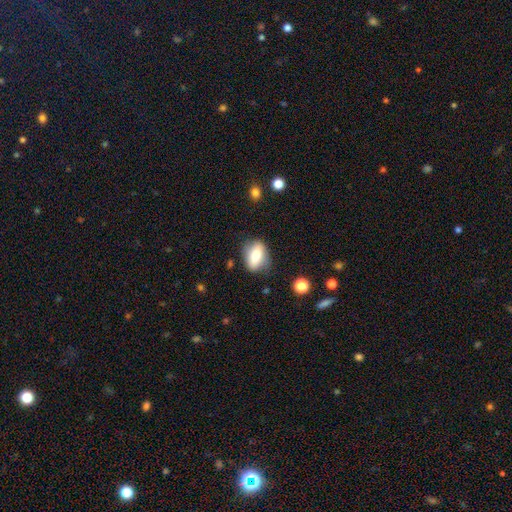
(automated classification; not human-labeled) Q: Smooth or featured?
A: smooth (70%); runner-up: featured or disk (22%)
Q: How rounded?
A: in between (78%); runner-up: round (18%)
Q: Merging?
A: none (74%); runner-up: minor disturbance (19%)